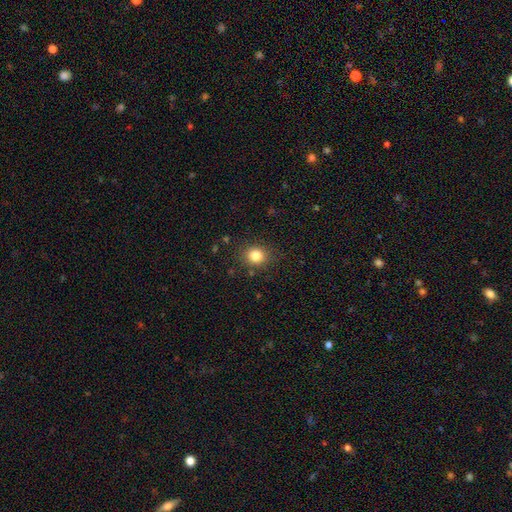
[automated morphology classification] A smooth galaxy with no disk features (83%) that is round (76%). Merging: none (84%).